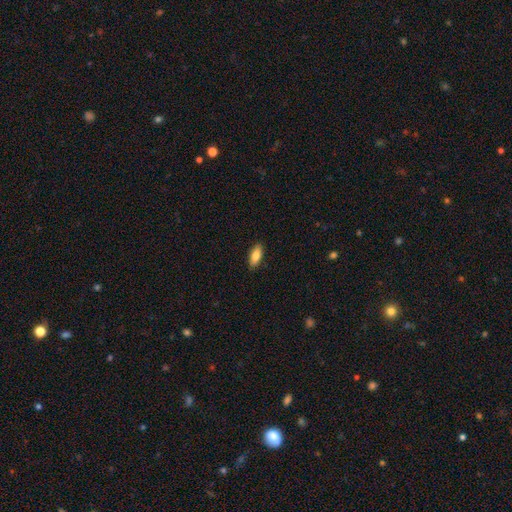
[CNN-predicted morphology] smooth_or_featured: smooth (p=0.83) [alt: featured or disk p=0.11]
how_rounded: in between (p=0.83) [alt: cigar-shaped p=0.15]
merging: none (p=0.89) [alt: minor disturbance p=0.09]